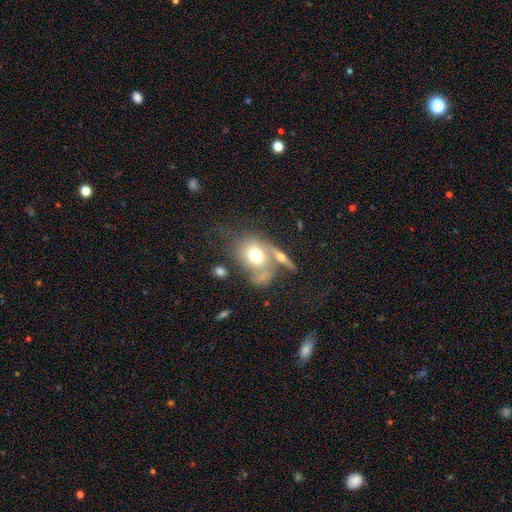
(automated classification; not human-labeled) The model was most divided on "merging": none: 36%, merger: 33%, minor disturbance: 16%, major disturbance: 15%. More confident: smooth or featured — smooth (62%); how rounded — in between (58%).